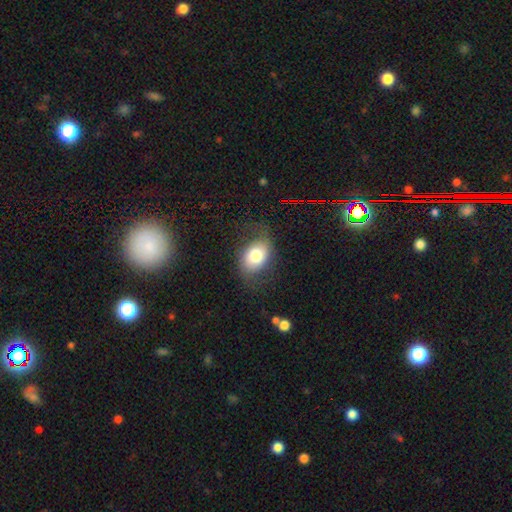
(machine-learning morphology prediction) Smooth or featured?
  - smooth: 67% *
  - featured or disk: 24%
  - star or artifact: 9%
How rounded?
  - in between: 77% *
  - round: 22%
  - cigar-shaped: 1%
Merging?
  - none: 63% *
  - minor disturbance: 21%
  - major disturbance: 13%
  - merger: 2%